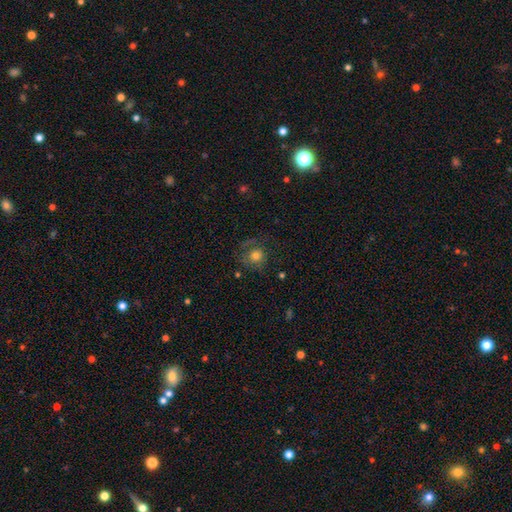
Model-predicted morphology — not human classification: A smooth galaxy with no disk features (64%) that is round (84%). Merging: none (59%).